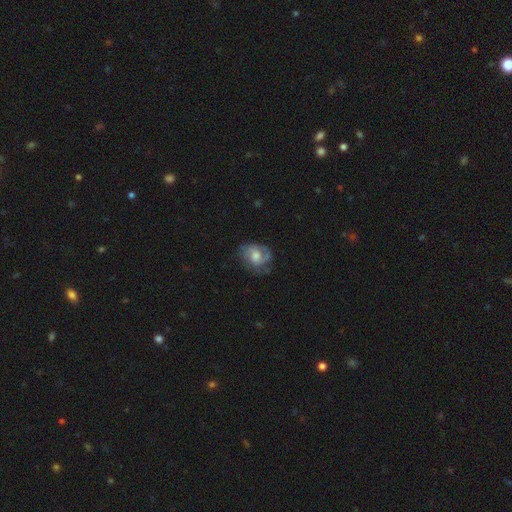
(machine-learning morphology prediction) Overall: featured or disk (62%; smooth 31%). Edge-on disk: no (97%). Bar: no (65%; weak 30%). Spiral arms: yes (82%). Bulge size: moderate (53%; large 22%). Merging: none (61%; minor disturbance 24%).